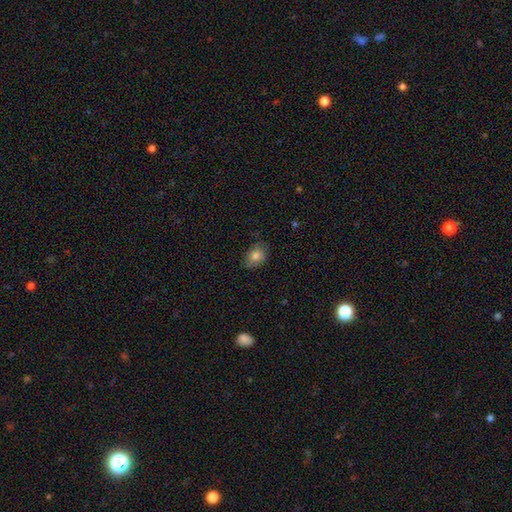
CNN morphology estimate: Overall: smooth (79%). How rounded: in between (67%; round 31%). Merging: none (69%).